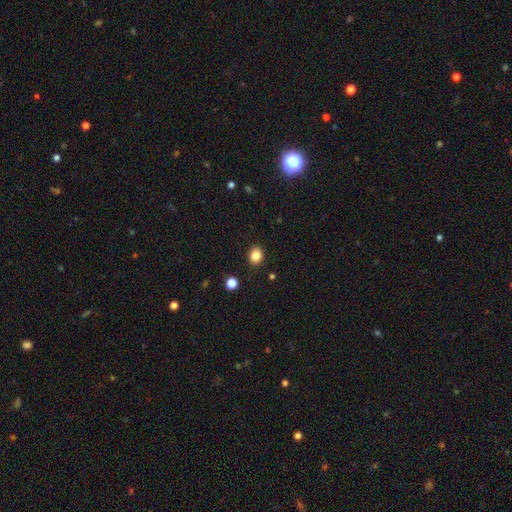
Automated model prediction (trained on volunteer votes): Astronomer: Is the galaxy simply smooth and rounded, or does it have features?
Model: smooth — 85%.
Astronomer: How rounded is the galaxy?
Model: round — 68%.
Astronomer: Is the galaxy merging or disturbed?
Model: none — 88%.